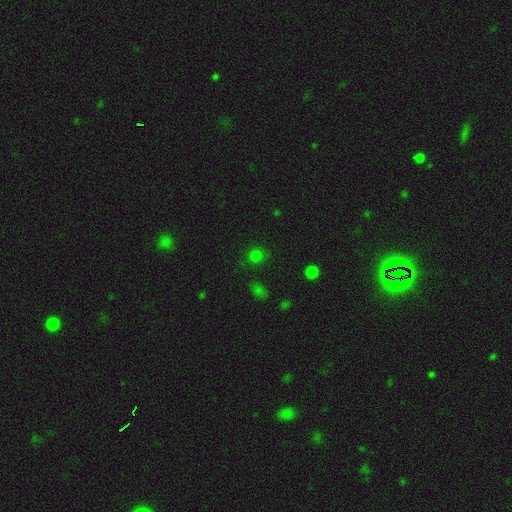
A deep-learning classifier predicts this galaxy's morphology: type=smooth (71%); roundness=round (85%); merging=none (82%).